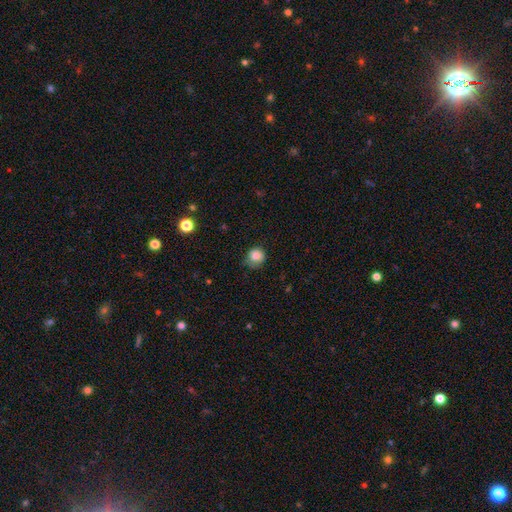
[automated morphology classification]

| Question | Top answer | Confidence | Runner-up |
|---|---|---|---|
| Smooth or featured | smooth | 84% | star or artifact (10%) |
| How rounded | round | 85% | in between (14%) |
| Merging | none | 65% | minor disturbance (27%) |